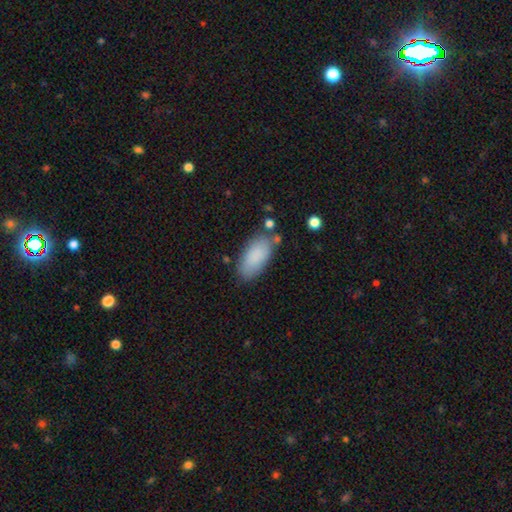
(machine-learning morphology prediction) smooth 87%, star or artifact 7%, featured or disk 7%. Down the decision tree: how rounded — in between (90%); merging — none (75%).